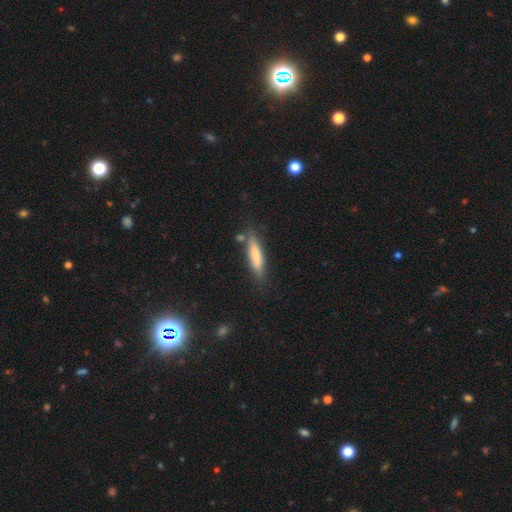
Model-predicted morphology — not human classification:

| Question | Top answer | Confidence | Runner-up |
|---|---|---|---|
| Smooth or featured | smooth | 73% | featured or disk (20%) |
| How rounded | cigar-shaped | 80% | in between (19%) |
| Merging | none | 77% | minor disturbance (14%) |